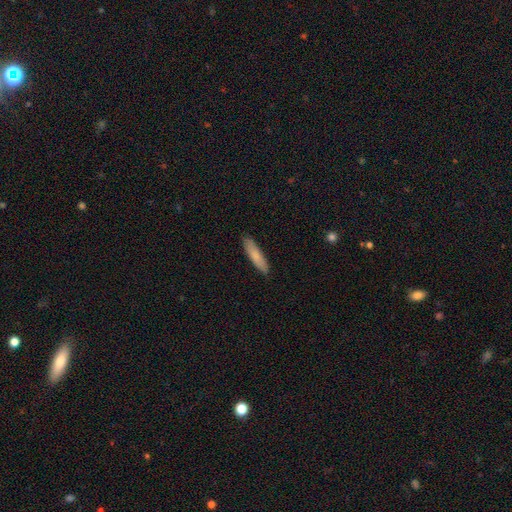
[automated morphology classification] This is clearly a smooth galaxy (82%). How rounded: clearly cigar-shaped (80%). Merging: clearly none (89%).